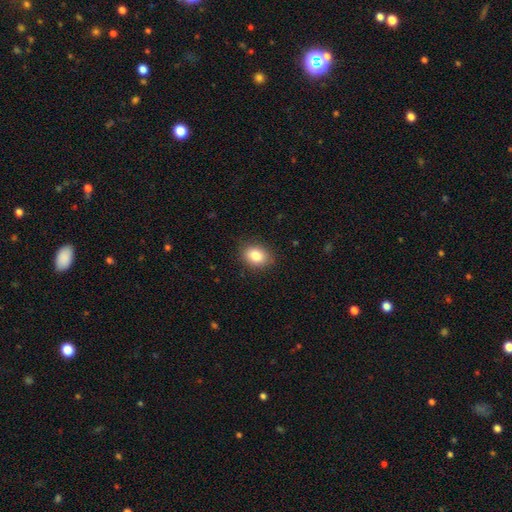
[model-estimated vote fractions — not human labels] smooth-or-featured: smooth: 84% | star or artifact: 9% | featured or disk: 7%
  how-rounded: in between: 63% | round: 36% | cigar-shaped: 1%
  merging: none: 87% | minor disturbance: 10% | major disturbance: 2% | merger: 1%